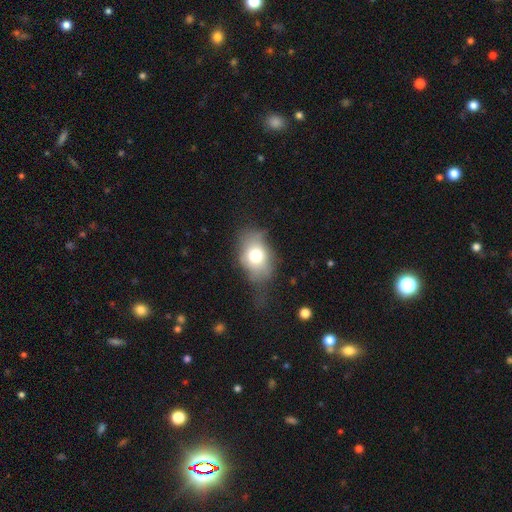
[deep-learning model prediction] This is likely a smooth galaxy (71%). How rounded: likely in between (72%). Merging: marginally none (43%).